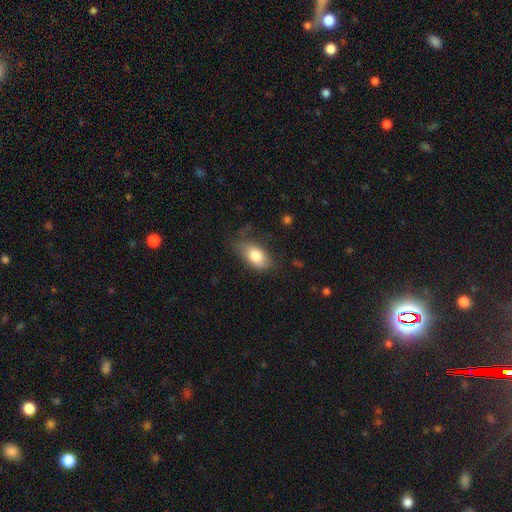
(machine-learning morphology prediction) smooth-or-featured: smooth: 80% | featured or disk: 13% | star or artifact: 7%
  how-rounded: in between: 90% | round: 7% | cigar-shaped: 3%
  merging: none: 64% | minor disturbance: 25% | major disturbance: 9% | merger: 2%